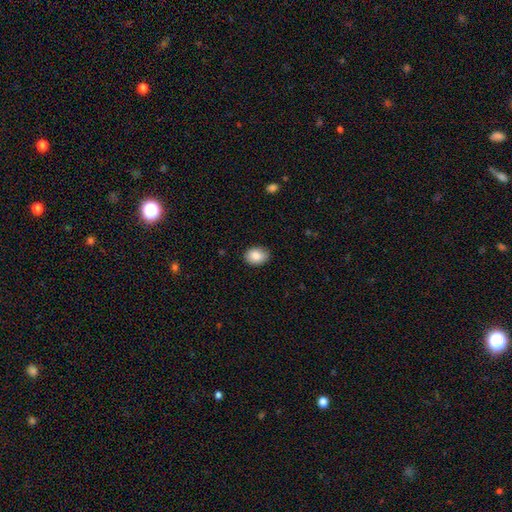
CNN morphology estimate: type=smooth (86%); roundness=in between (72%); merging=none (85%).